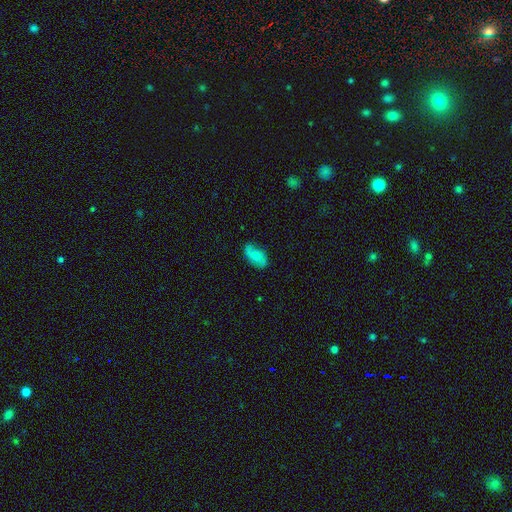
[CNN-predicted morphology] smooth_or_featured: smooth (p=0.54) [alt: featured or disk p=0.38]
how_rounded: in between (p=0.92) [alt: round p=0.05]
merging: none (p=0.70) [alt: minor disturbance p=0.22]